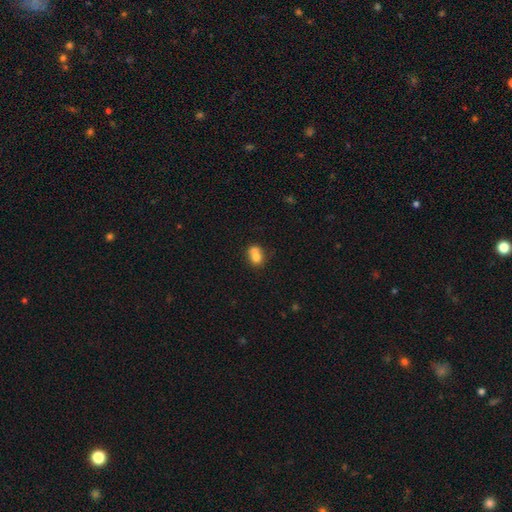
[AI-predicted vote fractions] The model was most divided on "how rounded": round: 58%, in between: 41%, cigar-shaped: 1%. More confident: smooth or featured — smooth (71%); merging — merger (56%).